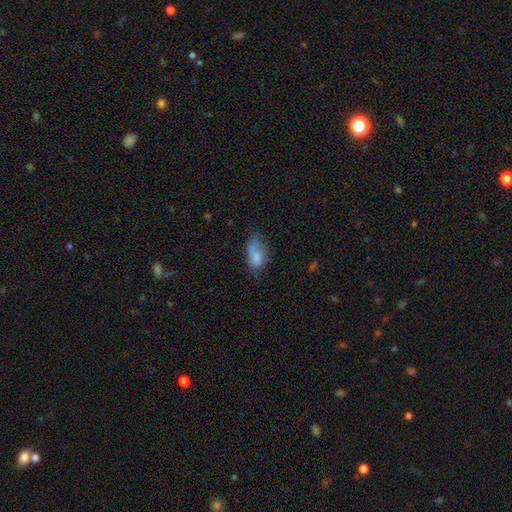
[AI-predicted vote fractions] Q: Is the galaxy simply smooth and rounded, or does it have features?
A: smooth — 72%.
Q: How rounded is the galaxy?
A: in between — 91%.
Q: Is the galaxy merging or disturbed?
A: none — 39%.